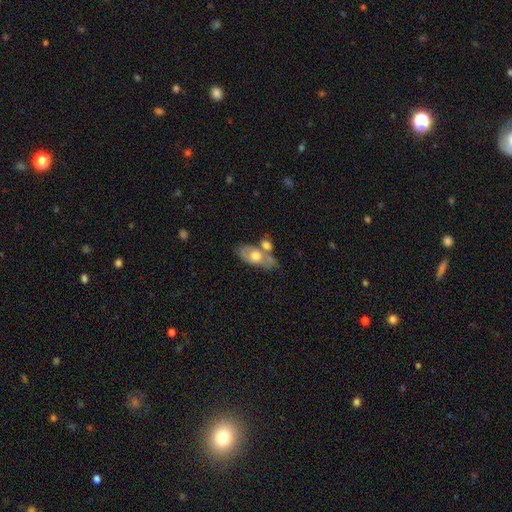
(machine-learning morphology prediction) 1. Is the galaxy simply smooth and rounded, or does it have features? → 52% smooth, 42% featured or disk, 6% star or artifact.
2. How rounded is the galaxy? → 85% in between, 10% round, 5% cigar-shaped.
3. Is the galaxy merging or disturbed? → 42% none, 36% merger, 15% minor disturbance, 6% major disturbance.